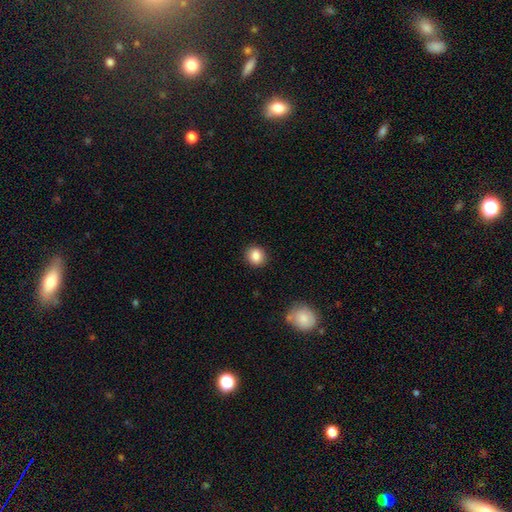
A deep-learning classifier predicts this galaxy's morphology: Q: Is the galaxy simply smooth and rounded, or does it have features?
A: smooth — 86%.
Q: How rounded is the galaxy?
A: round — 81%.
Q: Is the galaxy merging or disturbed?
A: none — 90%.